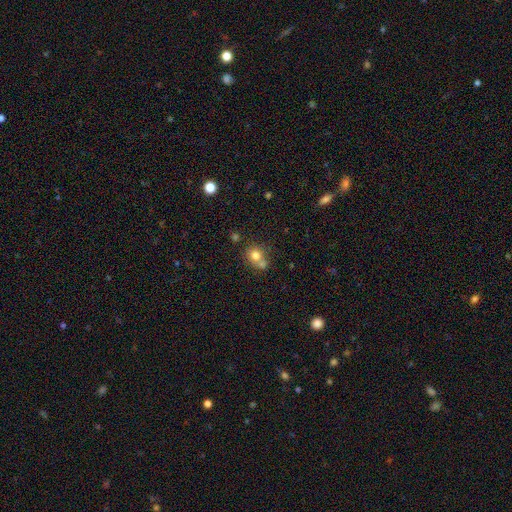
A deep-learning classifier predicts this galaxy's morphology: The model was most divided on "merging": none: 45%, merger: 41%, minor disturbance: 10%, major disturbance: 4%. More confident: how rounded — round (77%); smooth or featured — smooth (76%).